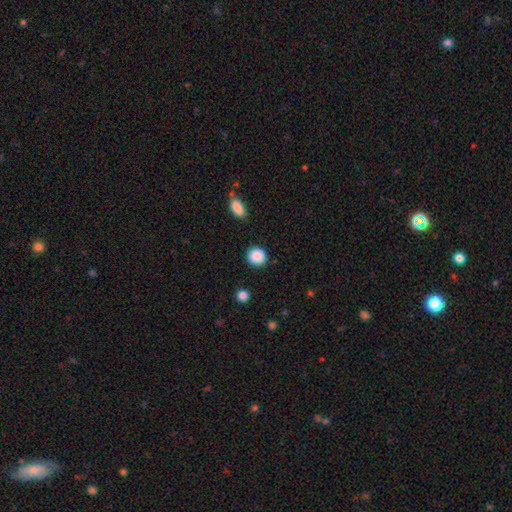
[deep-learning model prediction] The model was most divided on "how rounded": round: 90%, in between: 9%, cigar-shaped: 1%. More confident: merging — none (90%); smooth or featured — smooth (89%).